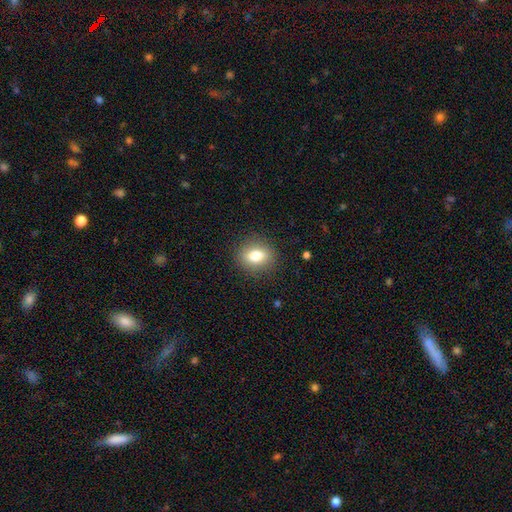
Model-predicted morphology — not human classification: This is likely a smooth galaxy (78%). How rounded: possibly round (57%). Merging: clearly none (88%).